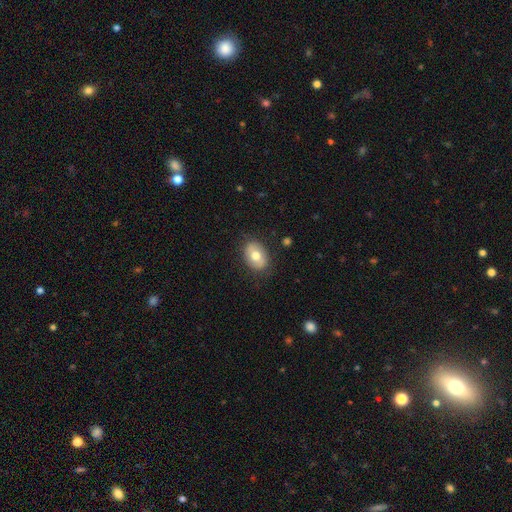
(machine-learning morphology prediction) Smooth or featured: smooth — 67% (featured or disk — 26%)
How rounded: in between — 74% (round — 25%)
Merging: none — 83% (minor disturbance — 13%)